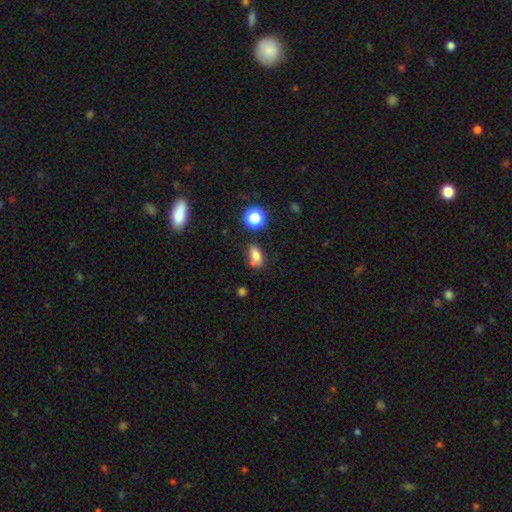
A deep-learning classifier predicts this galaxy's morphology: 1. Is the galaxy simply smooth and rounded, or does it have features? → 76% smooth, 14% star or artifact, 10% featured or disk.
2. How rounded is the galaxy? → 80% in between, 15% round, 5% cigar-shaped.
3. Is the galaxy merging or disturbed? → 58% none, 22% minor disturbance, 13% merger, 7% major disturbance.